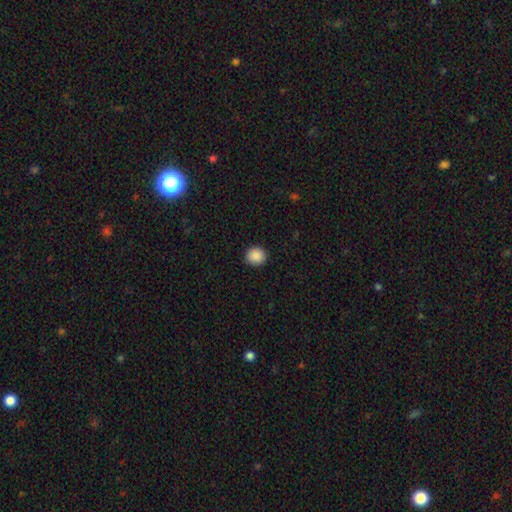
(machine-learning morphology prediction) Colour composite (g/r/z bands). It shows a smooth galaxy with no disk features (89%) that is round (79%). Merging: none (90%).